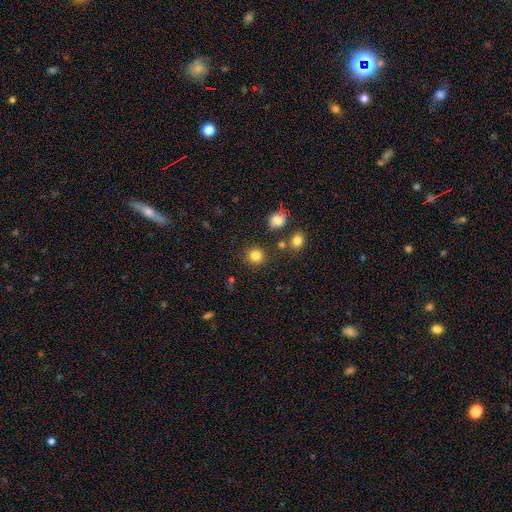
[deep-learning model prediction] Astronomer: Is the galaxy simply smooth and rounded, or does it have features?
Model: smooth — 82%.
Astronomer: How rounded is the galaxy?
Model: round — 92%.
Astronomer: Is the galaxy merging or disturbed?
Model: none — 86%.